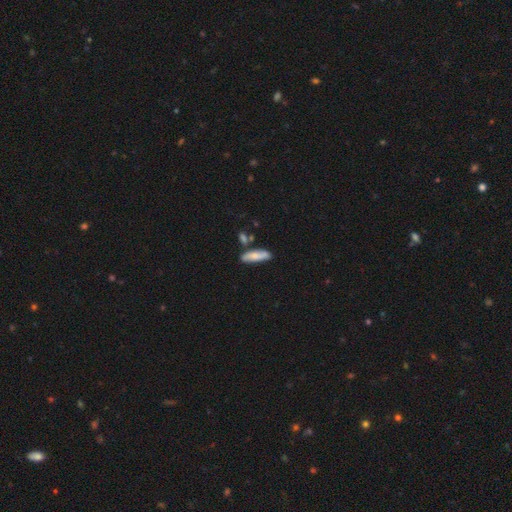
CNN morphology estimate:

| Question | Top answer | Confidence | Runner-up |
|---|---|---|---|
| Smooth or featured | smooth | 71% | featured or disk (23%) |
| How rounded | cigar-shaped | 52% | in between (46%) |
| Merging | none | 70% | minor disturbance (17%) |